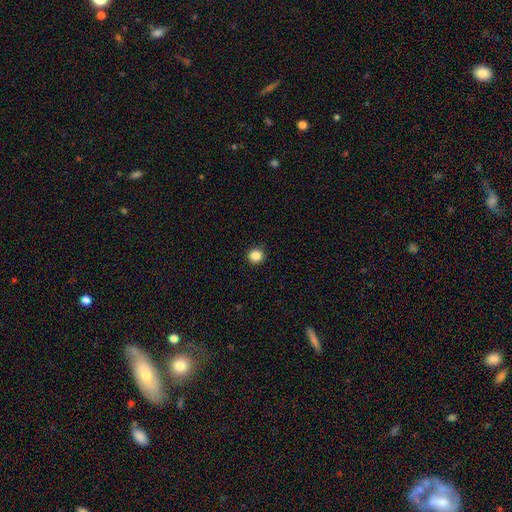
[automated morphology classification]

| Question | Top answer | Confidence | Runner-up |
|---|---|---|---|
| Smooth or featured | smooth | 86% | star or artifact (11%) |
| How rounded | round | 94% | in between (5%) |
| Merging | none | 92% | minor disturbance (5%) |